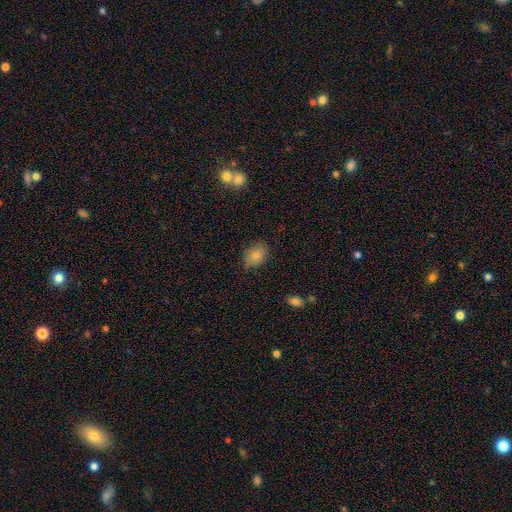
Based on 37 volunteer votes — Volunteers were most divided on "merging": none: 60%, minor disturbance: 26%, merger: 11%, major disturbance: 3%. More confident: smooth or featured — smooth (81%); how rounded — in between (70%).